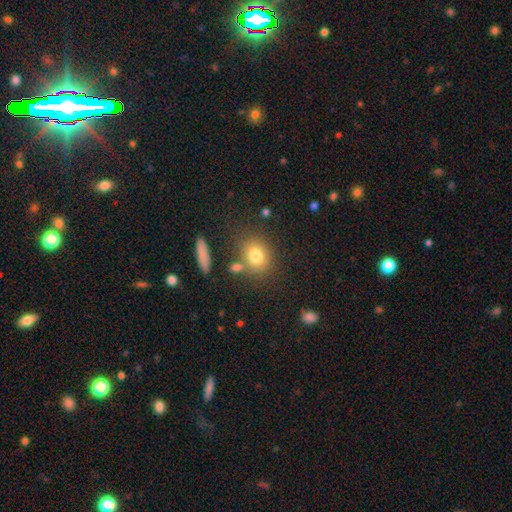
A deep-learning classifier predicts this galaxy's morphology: The model was most divided on "how rounded": round: 59%, in between: 39%, cigar-shaped: 2%. More confident: smooth or featured — smooth (77%); merging — none (72%).